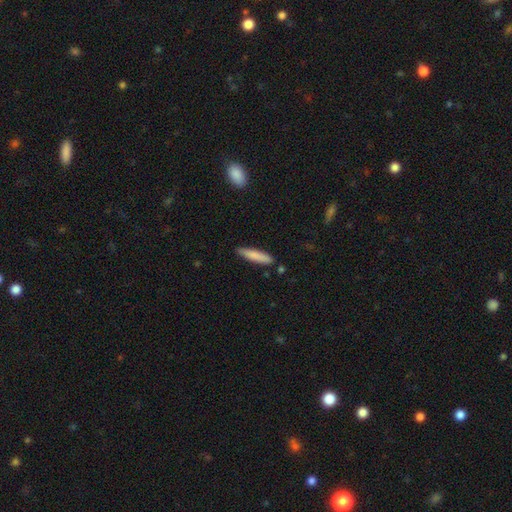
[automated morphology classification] The model was most divided on "smooth or featured": smooth: 82%, featured or disk: 12%, star or artifact: 6%. More confident: how rounded — cigar-shaped (85%); merging — none (84%).